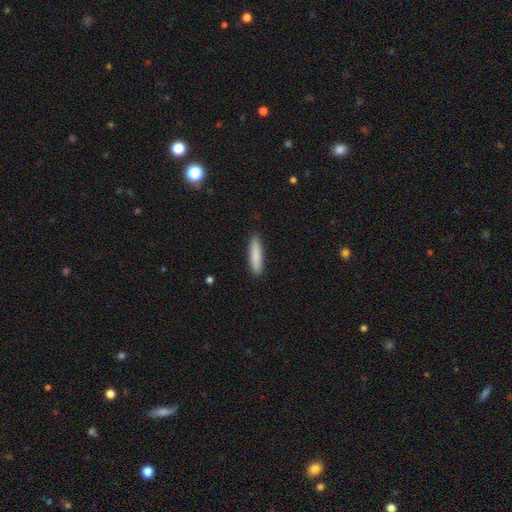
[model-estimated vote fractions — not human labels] A smooth galaxy with no disk features (86%) that is cigar-shaped (83%). Merging: none (90%).